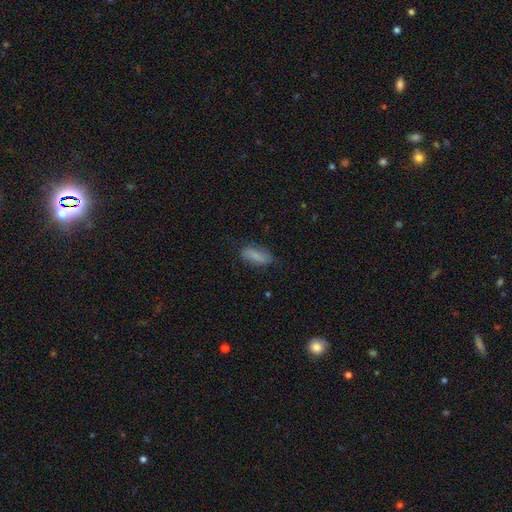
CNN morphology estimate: smooth_or_featured: smooth (p=0.78) [alt: featured or disk p=0.14]
how_rounded: in between (p=0.77) [alt: cigar-shaped p=0.20]
merging: none (p=0.72) [alt: minor disturbance p=0.21]